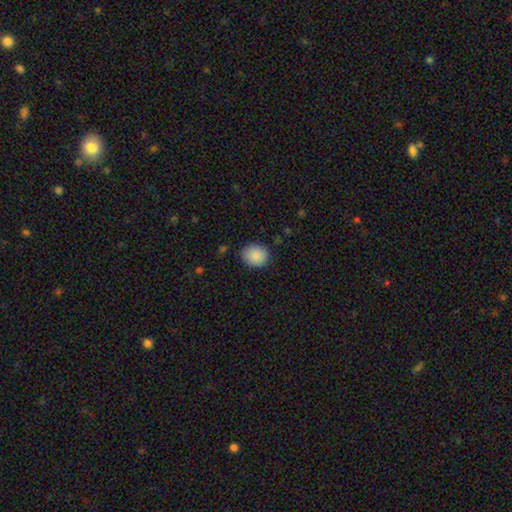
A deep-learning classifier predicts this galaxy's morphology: A smooth galaxy with no disk features (88%) that is round (78%).

Vote fractions:
- Smooth or featured? smooth: 88% / star or artifact: 8% / featured or disk: 4%
- How rounded? round: 78% / in between: 21% / cigar-shaped: 1%
- Merging? none: 86% / minor disturbance: 10% / major disturbance: 3% / merger: 1%